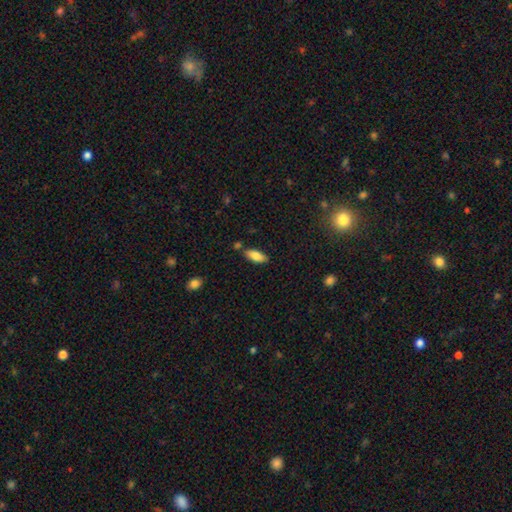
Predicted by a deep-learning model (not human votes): A smooth galaxy with no disk features (82%) that is in between round and cigar-shaped (84%). Merging: none (78%).